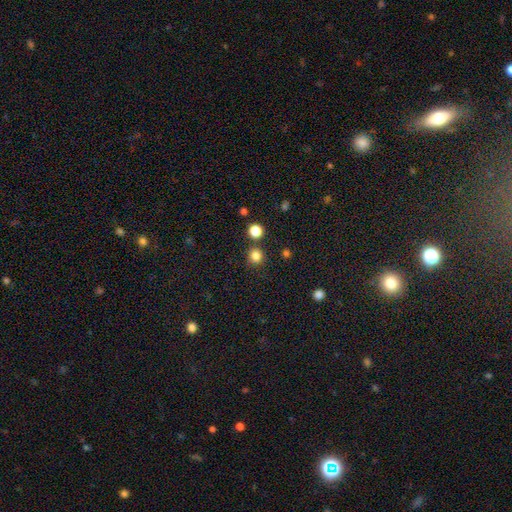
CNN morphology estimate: Smooth or featured: smooth — 82% (star or artifact — 14%)
How rounded: round — 94% (in between — 5%)
Merging: none — 86% (minor disturbance — 7%)